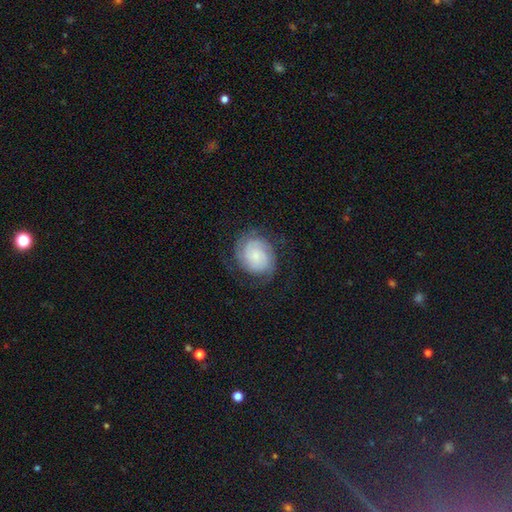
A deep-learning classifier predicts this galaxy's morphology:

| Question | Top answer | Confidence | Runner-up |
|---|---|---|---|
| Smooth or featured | featured or disk | 70% | smooth (23%) |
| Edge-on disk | no | 98% | yes (2%) |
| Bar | no | 75% | weak (21%) |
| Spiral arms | yes | 95% | no (5%) |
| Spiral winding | tight | 66% | medium (27%) |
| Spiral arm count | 2 | 37% | can't tell (27%) |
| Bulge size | small | 60% | moderate (19%) |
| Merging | none | 73% | minor disturbance (17%) |